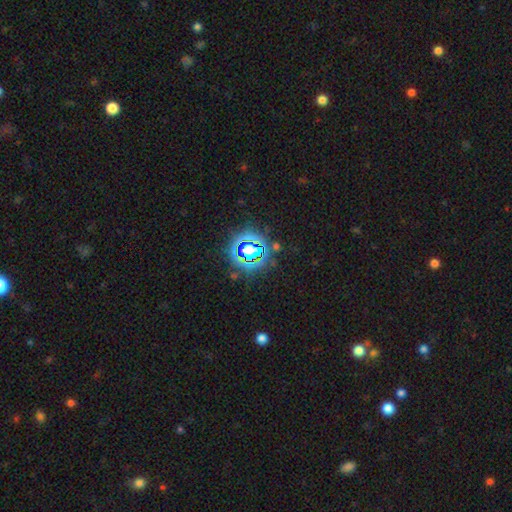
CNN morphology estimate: Q: Smooth or featured?
A: star or artifact (82%); runner-up: smooth (12%)